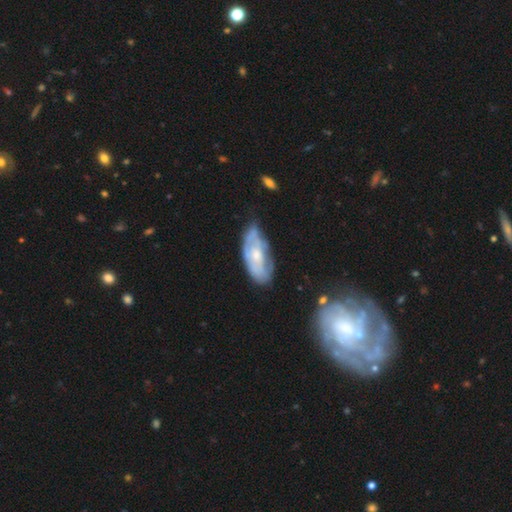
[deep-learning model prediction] smooth_or_featured: featured or disk (p=0.59) [alt: smooth p=0.35]
disk_edge_on: no (p=0.89) [alt: yes p=0.11]
bar: no (p=0.76) [alt: weak p=0.20]
has_spiral_arms: yes (p=0.57) [alt: no p=0.43]
bulge_size: moderate (p=0.47) [alt: small p=0.46]
merging: none (p=0.52) [alt: minor disturbance p=0.33]